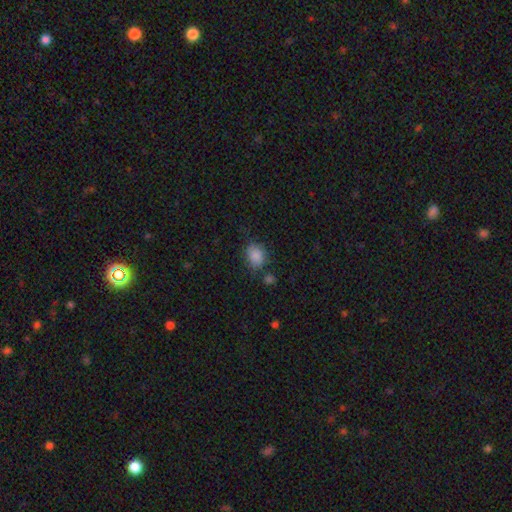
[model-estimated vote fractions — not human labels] A smooth galaxy with no disk features (85%) that is in between round and cigar-shaped (51%). Merging: none (65%).